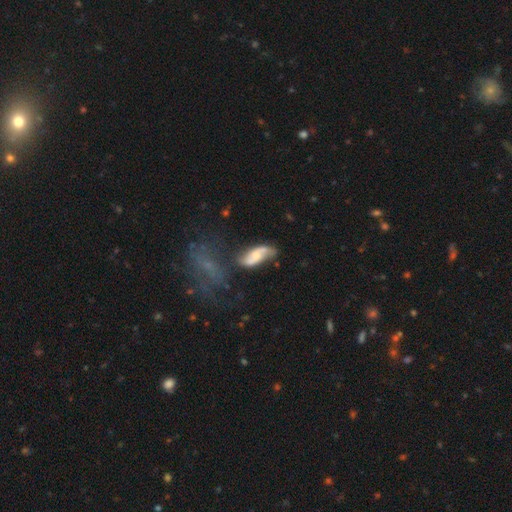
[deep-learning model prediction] Morphology: type=featured or disk (64%); edge-on=no (93%); bar=no (50%); spiral arms=yes (87%); winding=loose (59%); arm count=2 (86%); bulge=small (39%); merging=none (52%).